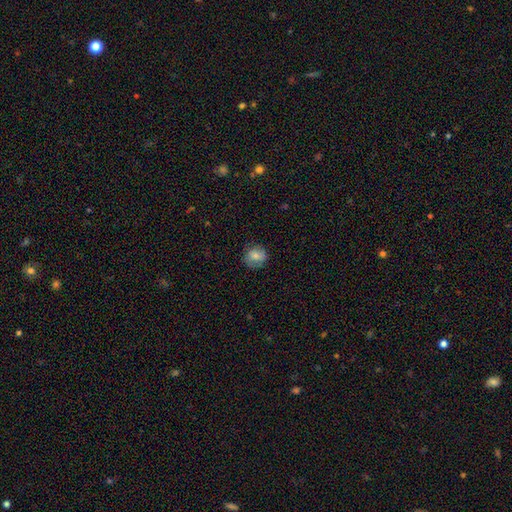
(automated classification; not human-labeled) smooth-or-featured: smooth: 73% | featured or disk: 18% | star or artifact: 9%
  how-rounded: round: 79% | in between: 20% | cigar-shaped: 1%
  merging: none: 76% | minor disturbance: 18% | major disturbance: 5% | merger: 1%